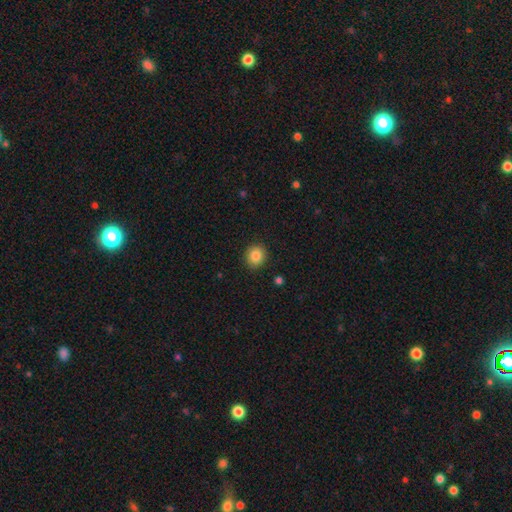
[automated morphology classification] A smooth galaxy with no disk features (85%) that is round (82%). Merging: none (90%).